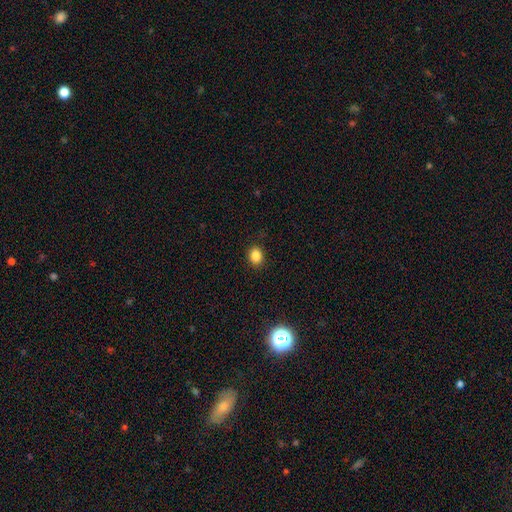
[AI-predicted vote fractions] smooth-or-featured: smooth: 85% | star or artifact: 11% | featured or disk: 4%
  how-rounded: round: 53% | in between: 47% | cigar-shaped: 1%
  merging: none: 88% | minor disturbance: 8% | major disturbance: 2% | merger: 1%